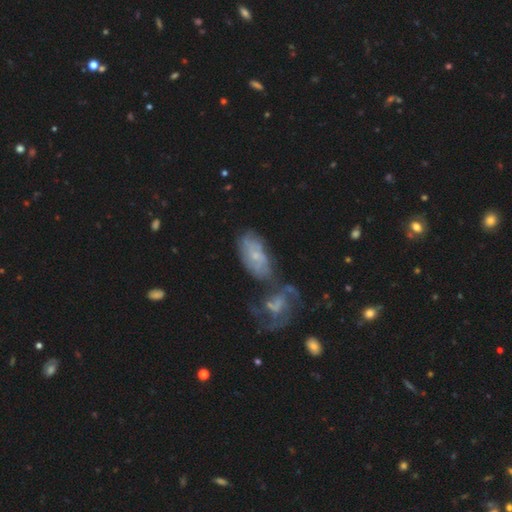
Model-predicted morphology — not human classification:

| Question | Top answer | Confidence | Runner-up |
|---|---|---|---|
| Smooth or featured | featured or disk | 63% | smooth (28%) |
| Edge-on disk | no | 93% | yes (7%) |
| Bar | no | 72% | weak (23%) |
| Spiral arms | yes | 75% | no (25%) |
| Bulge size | small | 73% | moderate (18%) |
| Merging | none | 43% | merger (29%) |